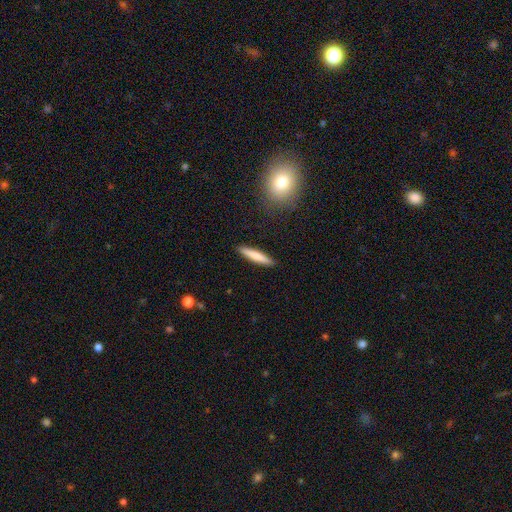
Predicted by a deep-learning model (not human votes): This appears to be a smooth galaxy with no disk features (75%) that is cigar-shaped (91%). Merging: none (91%).